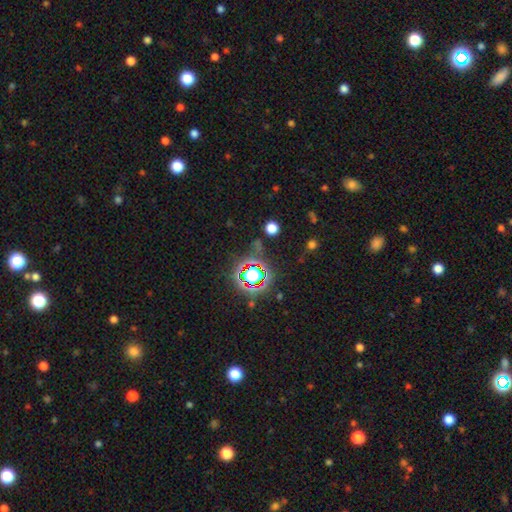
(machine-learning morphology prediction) smooth_or_featured: star or artifact (p=0.79) [alt: smooth p=0.13]